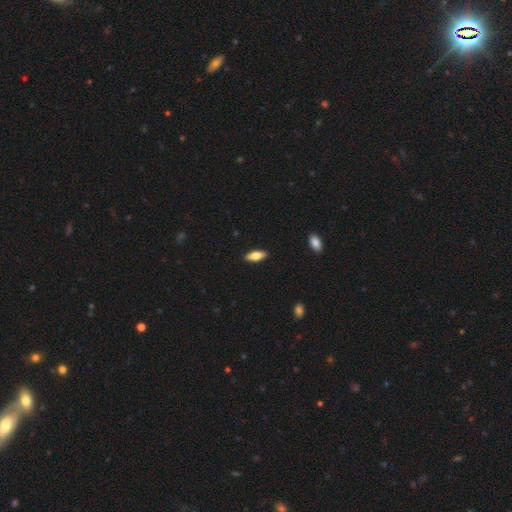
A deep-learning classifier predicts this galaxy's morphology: The model was most divided on "how rounded": in between: 74%, cigar-shaped: 23%, round: 2%. More confident: merging — none (90%); smooth or featured — smooth (73%).